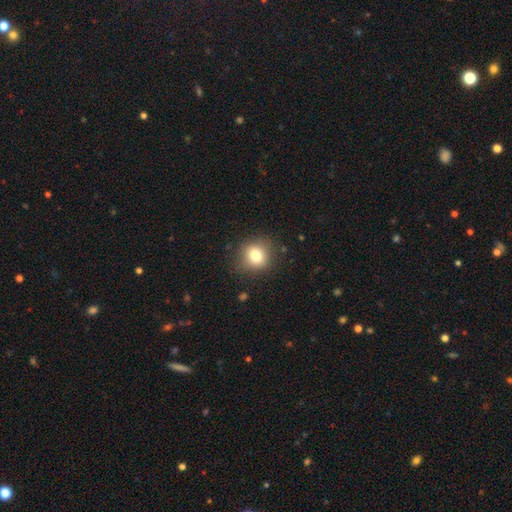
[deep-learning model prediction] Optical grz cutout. It shows a smooth galaxy with no disk features (79%) that is round (78%). Merging: none (82%).